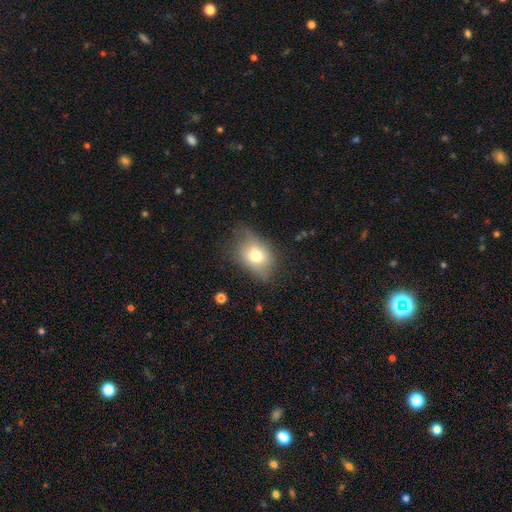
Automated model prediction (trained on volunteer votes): Morphology: type=smooth (71%); roundness=in between (71%); merging=none (59%).